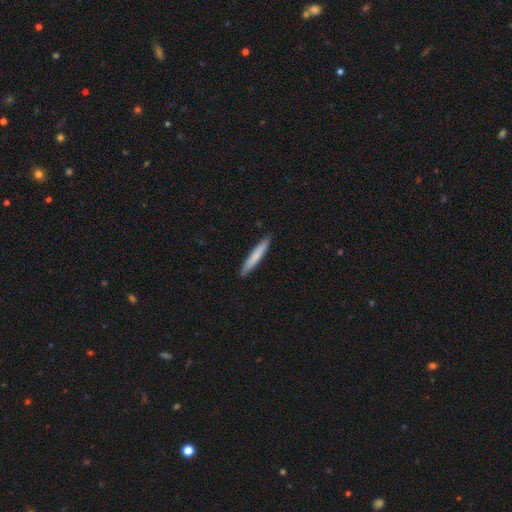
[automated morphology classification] This is likely a smooth galaxy (76%). How rounded: clearly cigar-shaped (95%). Merging: clearly none (90%).